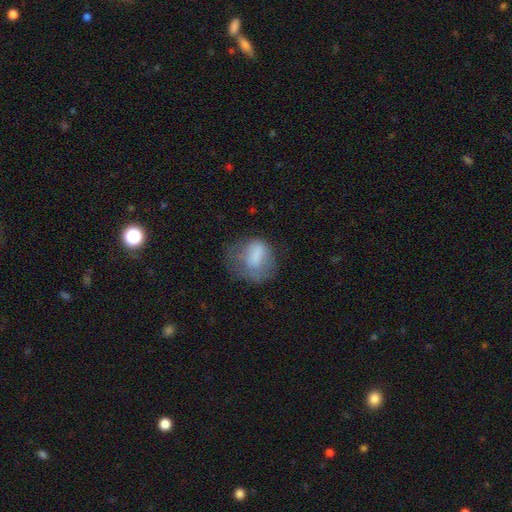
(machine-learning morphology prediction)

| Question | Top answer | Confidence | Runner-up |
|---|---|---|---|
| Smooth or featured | smooth | 68% | featured or disk (22%) |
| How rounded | in between | 51% | round (48%) |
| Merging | major disturbance | 37% | none (32%) |